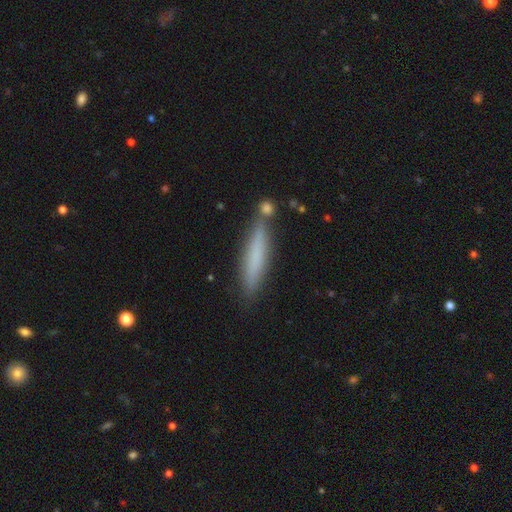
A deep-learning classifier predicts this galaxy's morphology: Smooth or featured?
  - smooth: 69% *
  - featured or disk: 23%
  - star or artifact: 8%
How rounded?
  - cigar-shaped: 90% *
  - in between: 9%
  - round: 1%
Merging?
  - none: 75% *
  - minor disturbance: 13%
  - merger: 9%
  - major disturbance: 3%